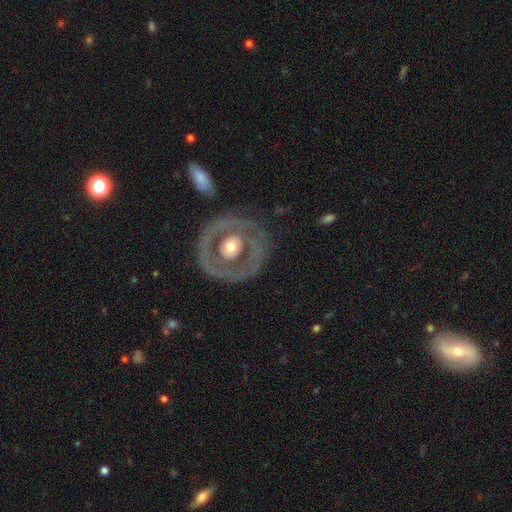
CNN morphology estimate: Smooth or featured? Predicted: featured or disk (p=0.68). Edge-on disk? Predicted: no (p=0.92). Bar? Predicted: no (p=0.70). Spiral arms? Predicted: no (p=0.81). Bulge size? Predicted: moderate (p=0.73). Merging? Predicted: none (p=0.78).